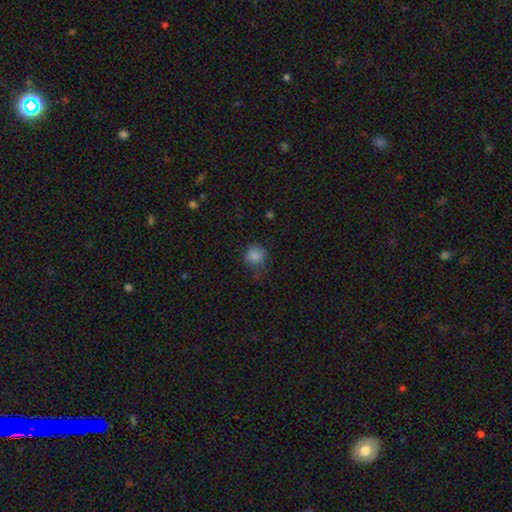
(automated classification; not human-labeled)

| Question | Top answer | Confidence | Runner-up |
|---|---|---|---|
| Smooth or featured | smooth | 82% | star or artifact (12%) |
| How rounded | round | 78% | in between (21%) |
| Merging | none | 56% | minor disturbance (29%) |